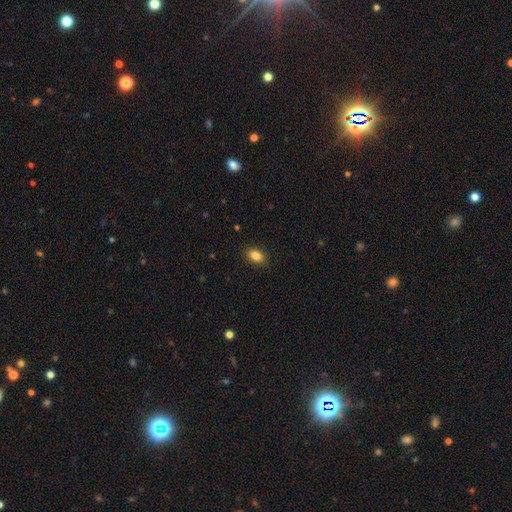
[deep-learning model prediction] A smooth galaxy with no disk features (85%) that is in between round and cigar-shaped (84%). Merging: none (89%).